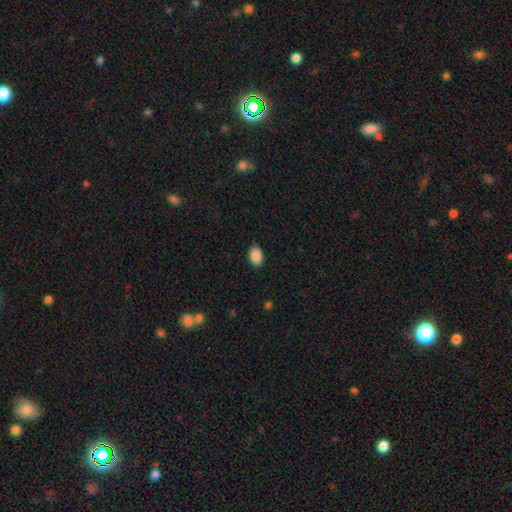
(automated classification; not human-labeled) Smooth or featured: smooth — 87% (star or artifact — 7%)
How rounded: in between — 86% (round — 12%)
Merging: none — 86% (minor disturbance — 10%)